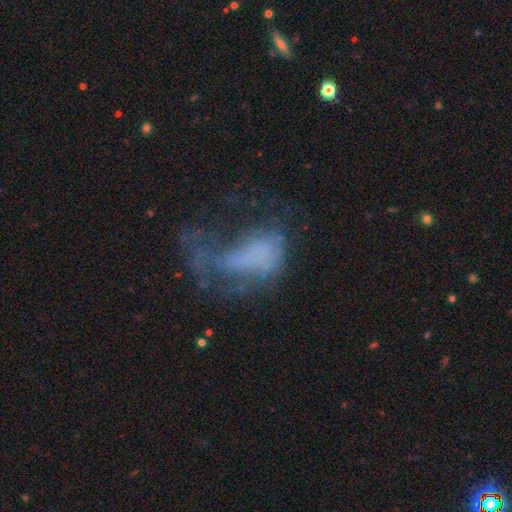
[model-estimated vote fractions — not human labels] Q: Smooth or featured?
A: featured or disk (45%); runner-up: smooth (37%)
Q: Merging?
A: major disturbance (56%); runner-up: none (20%)